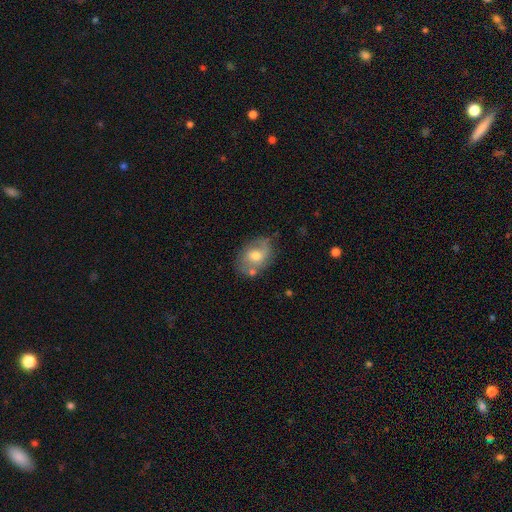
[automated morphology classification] smooth 46% (tied), featured or disk 46% (tied), star or artifact 8%. Down the decision tree: merging — none (65%).